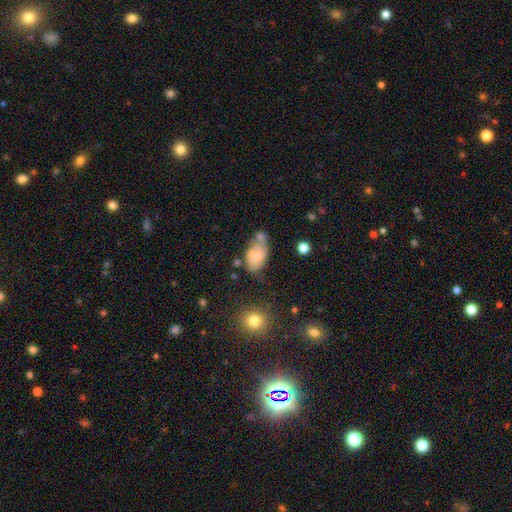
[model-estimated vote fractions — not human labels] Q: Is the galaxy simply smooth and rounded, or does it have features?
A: smooth — 59%.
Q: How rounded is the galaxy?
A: in between — 91%.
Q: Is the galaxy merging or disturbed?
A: none — 33%.